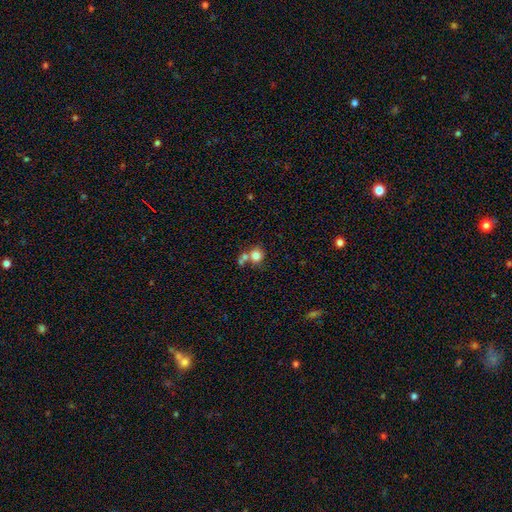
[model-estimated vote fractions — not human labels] Morphology: type=smooth (80%); roundness=round (84%); merging=none (52%).